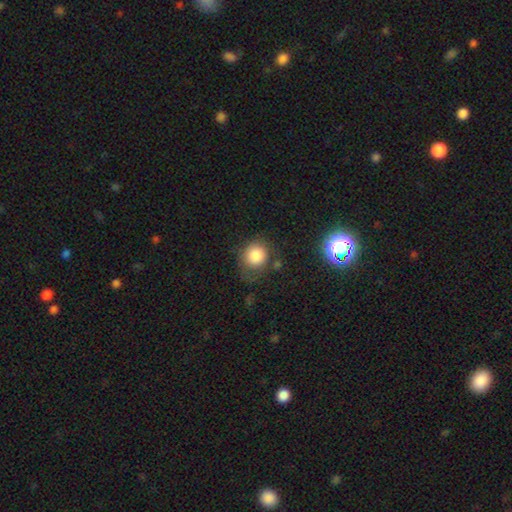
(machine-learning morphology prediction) A smooth galaxy with no disk features (82%) that is round (80%).

Vote fractions:
- Smooth or featured? smooth: 82% / star or artifact: 10% / featured or disk: 8%
- How rounded? round: 80% / in between: 19% / cigar-shaped: 1%
- Merging? none: 65% / minor disturbance: 21% / major disturbance: 10% / merger: 4%